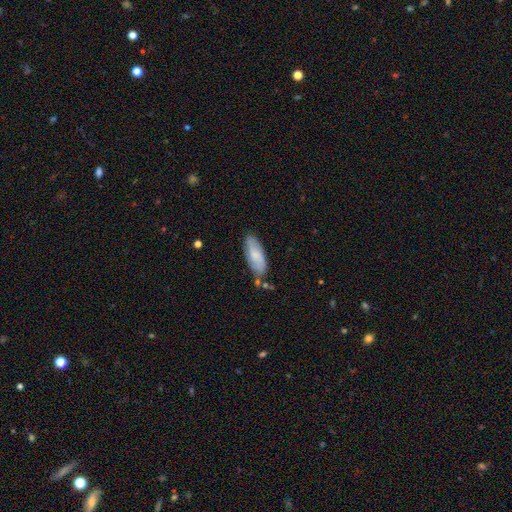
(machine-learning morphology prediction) A smooth galaxy with no disk features (64%) that is in between round and cigar-shaped (73%).

Vote fractions:
- Smooth or featured? smooth: 64% / featured or disk: 29% / star or artifact: 6%
- How rounded? in between: 73% / cigar-shaped: 25% / round: 2%
- Merging? none: 72% / minor disturbance: 19% / merger: 5% / major disturbance: 4%